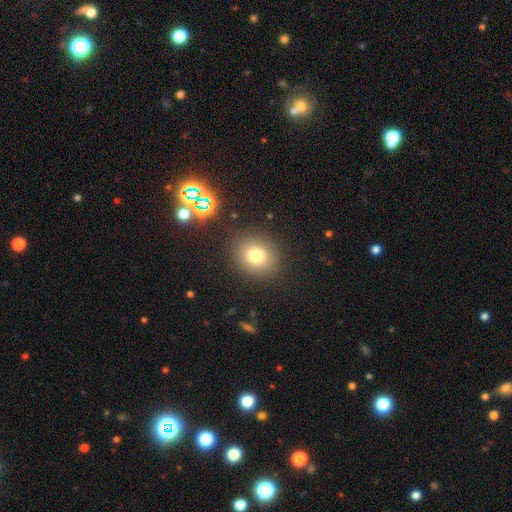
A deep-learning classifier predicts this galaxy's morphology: type=smooth (77%); roundness=round (75%); merging=none (86%).